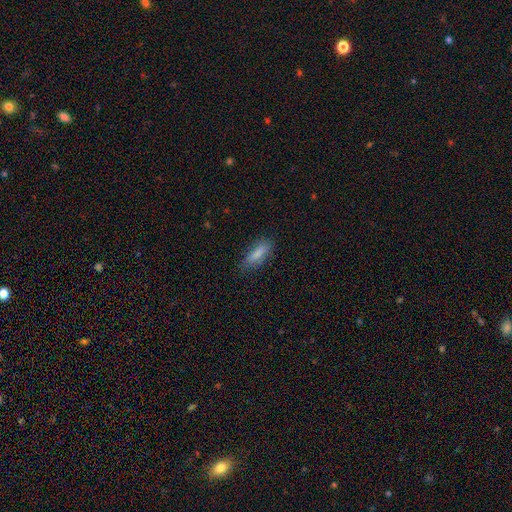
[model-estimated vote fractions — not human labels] The model was most divided on "how rounded": cigar-shaped: 50%, in between: 48%, round: 2%. More confident: merging — none (81%); smooth or featured — smooth (78%).